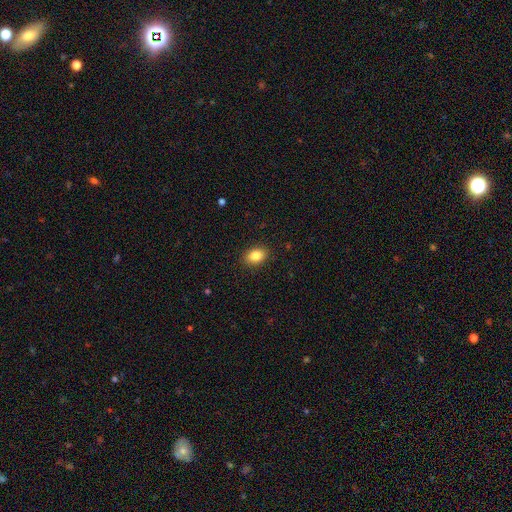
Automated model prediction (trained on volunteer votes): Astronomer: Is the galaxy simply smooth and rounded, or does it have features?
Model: smooth — 86%.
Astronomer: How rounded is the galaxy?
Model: in between — 78%.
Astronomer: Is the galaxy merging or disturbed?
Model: none — 89%.